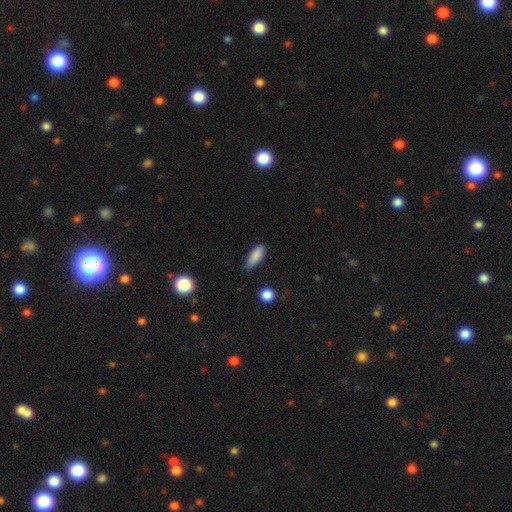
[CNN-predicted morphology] type=smooth (86%); roundness=in between (65%); merging=none (70%).